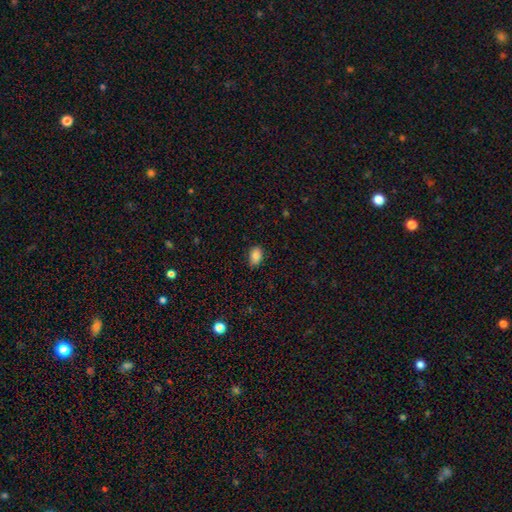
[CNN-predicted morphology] smooth_or_featured: smooth (p=0.85) [alt: star or artifact p=0.09]
how_rounded: in between (p=0.83) [alt: round p=0.16]
merging: none (p=0.84) [alt: minor disturbance p=0.12]